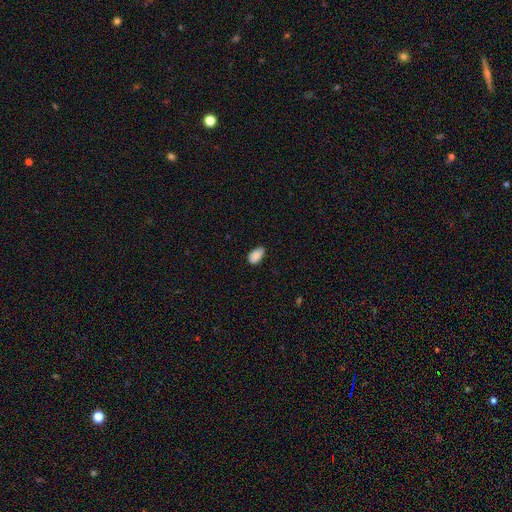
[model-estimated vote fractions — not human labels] A smooth galaxy with no disk features (88%) that is in between round and cigar-shaped (93%). Merging: none (71%).